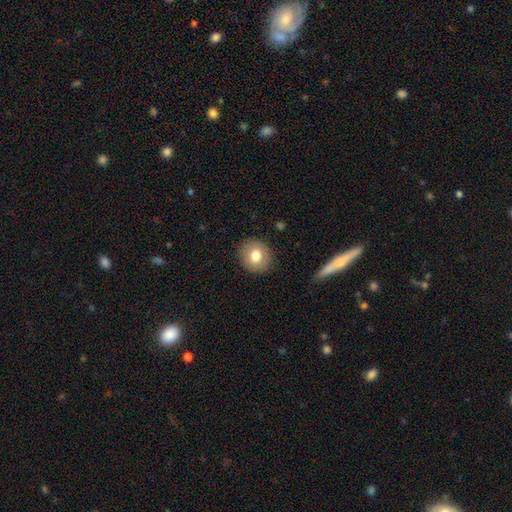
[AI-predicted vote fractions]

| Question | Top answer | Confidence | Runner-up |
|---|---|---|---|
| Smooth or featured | smooth | 77% | featured or disk (15%) |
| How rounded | round | 81% | in between (18%) |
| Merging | none | 88% | minor disturbance (8%) |